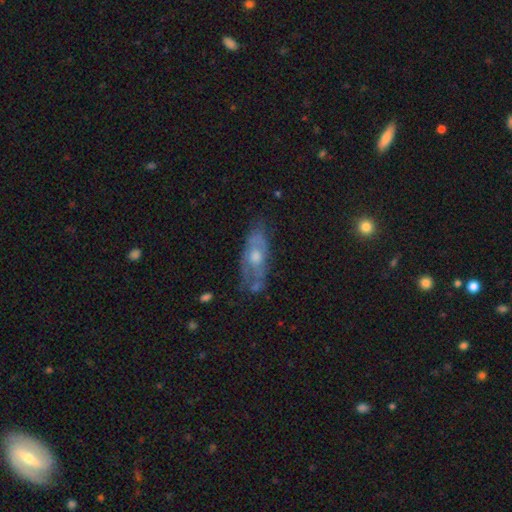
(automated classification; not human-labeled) smooth_or_featured: featured or disk (p=0.62) [alt: smooth p=0.30]
disk_edge_on: no (p=0.80) [alt: yes p=0.20]
merging: none (p=0.57) [alt: minor disturbance p=0.27]